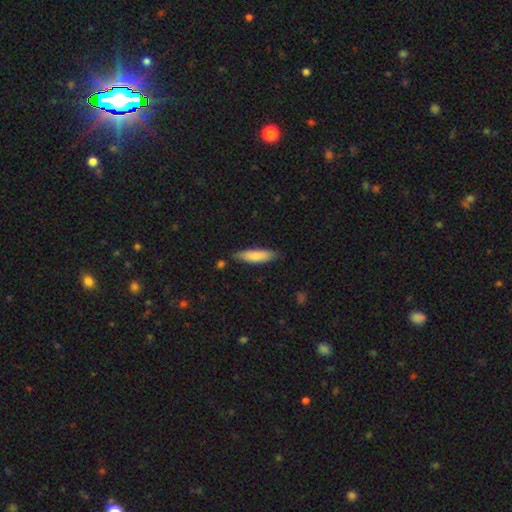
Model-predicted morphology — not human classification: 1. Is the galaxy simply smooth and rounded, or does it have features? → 81% smooth, 13% featured or disk, 6% star or artifact.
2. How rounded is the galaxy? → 63% cigar-shaped, 36% in between, 1% round.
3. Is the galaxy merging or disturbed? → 79% none, 16% minor disturbance, 3% merger, 3% major disturbance.